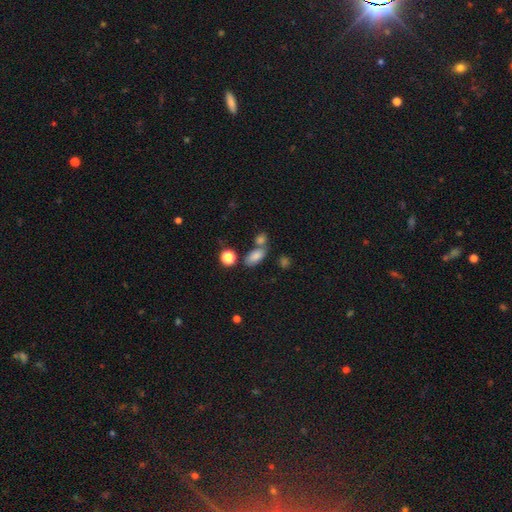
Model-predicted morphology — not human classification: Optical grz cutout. It shows a smooth galaxy with no disk features (81%) that is in between round and cigar-shaped (86%). Merging: none (53%).